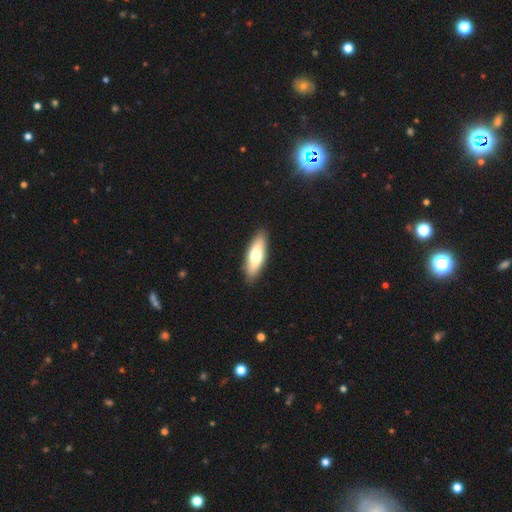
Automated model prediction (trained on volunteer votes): smooth 65%, featured or disk 30%, star or artifact 5%. Down the decision tree: how rounded — in between (57%); merging — none (89%).